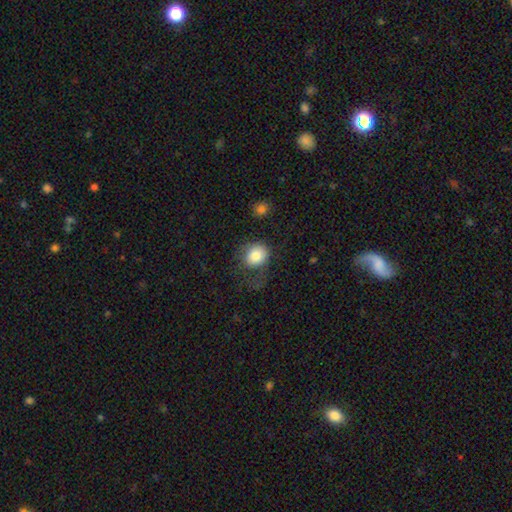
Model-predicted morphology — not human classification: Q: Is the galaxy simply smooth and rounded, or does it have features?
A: smooth — 81%.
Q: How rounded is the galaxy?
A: round — 64%.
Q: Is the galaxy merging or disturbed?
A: none — 45%.